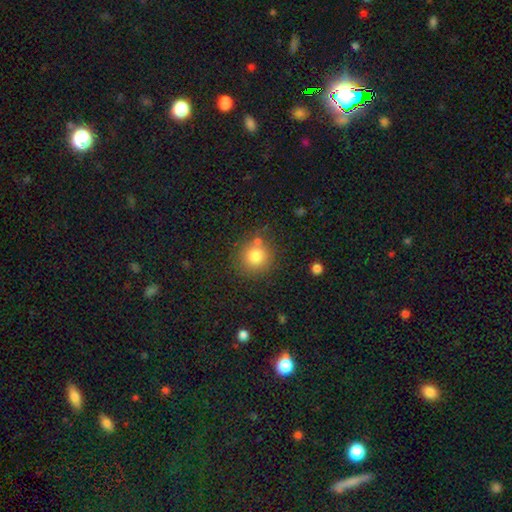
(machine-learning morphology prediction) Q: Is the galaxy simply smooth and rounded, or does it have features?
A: smooth — 80%.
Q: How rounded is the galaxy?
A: round — 92%.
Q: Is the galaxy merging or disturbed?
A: none — 74%.